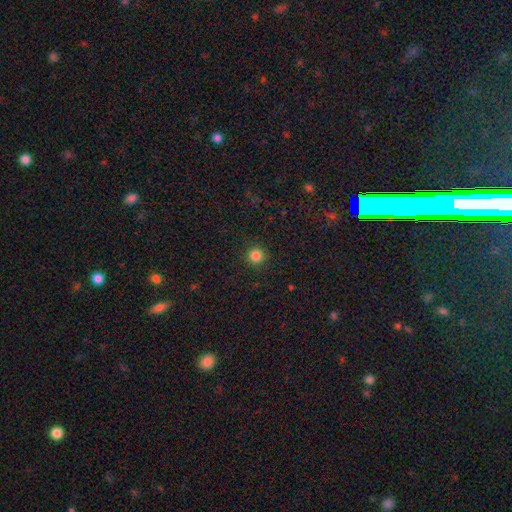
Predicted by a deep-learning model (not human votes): Smooth or featured: smooth — 84% (star or artifact — 12%)
How rounded: round — 95% (in between — 4%)
Merging: none — 91% (minor disturbance — 5%)